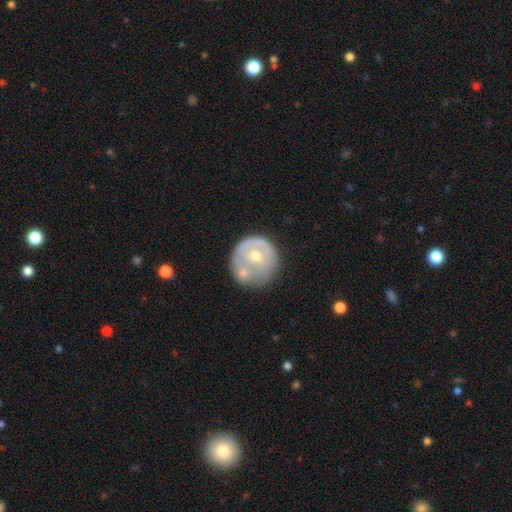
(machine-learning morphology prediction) This appears to be a smooth galaxy with no disk features (48%). Merging: none (43%).